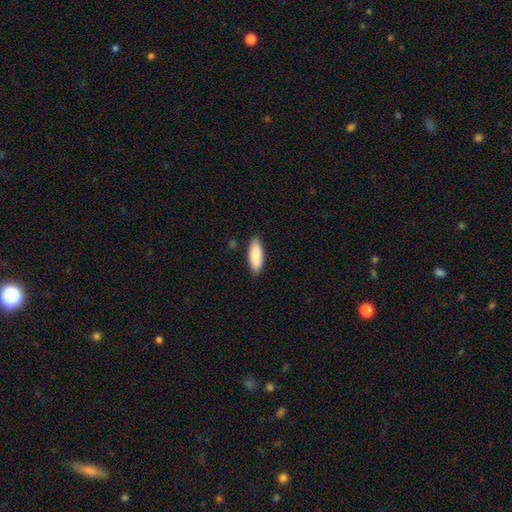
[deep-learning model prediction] Smooth or featured? smooth (84%)
How rounded? in between (63%)
Merging? none (86%)